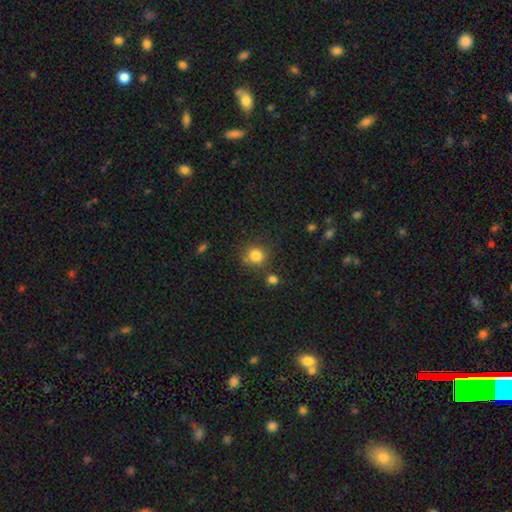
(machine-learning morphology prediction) The model was most divided on "merging": none: 74%, merger: 11%, minor disturbance: 11%, major disturbance: 4%. More confident: how rounded — round (88%); smooth or featured — smooth (82%).